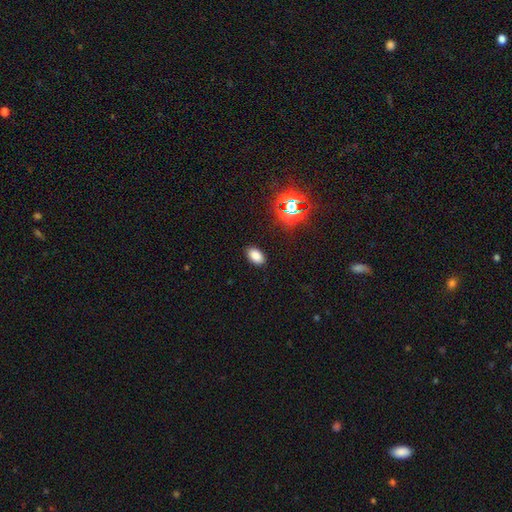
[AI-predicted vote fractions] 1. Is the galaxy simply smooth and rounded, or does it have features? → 80% smooth, 16% star or artifact, 5% featured or disk.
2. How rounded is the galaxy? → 91% in between, 7% round, 2% cigar-shaped.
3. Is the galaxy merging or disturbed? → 88% none, 9% minor disturbance, 2% major disturbance, 1% merger.